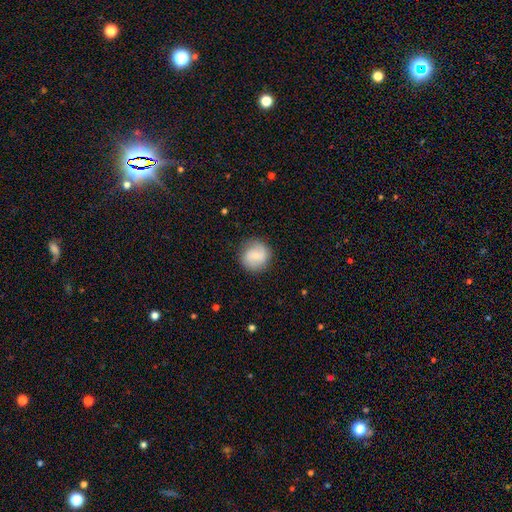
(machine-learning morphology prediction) This appears to be a smooth galaxy with no disk features (67%) that is round (92%). Merging: none (84%).